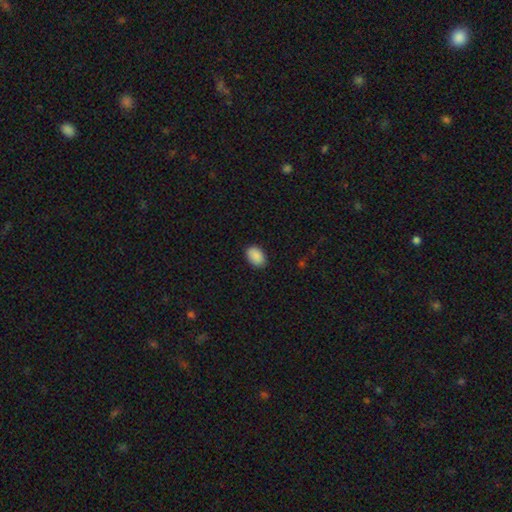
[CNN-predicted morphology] smooth 90%, star or artifact 7%, featured or disk 3%. Down the decision tree: how rounded — in between (86%); merging — none (88%).